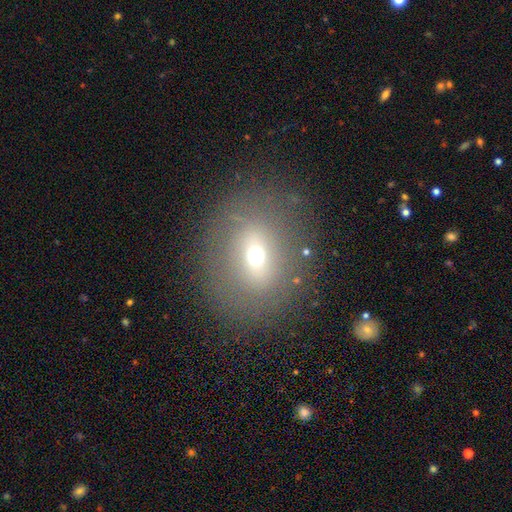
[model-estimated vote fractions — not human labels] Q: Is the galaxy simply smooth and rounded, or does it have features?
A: smooth — 52%.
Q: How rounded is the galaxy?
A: round — 63%.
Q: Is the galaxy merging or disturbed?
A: none — 79%.